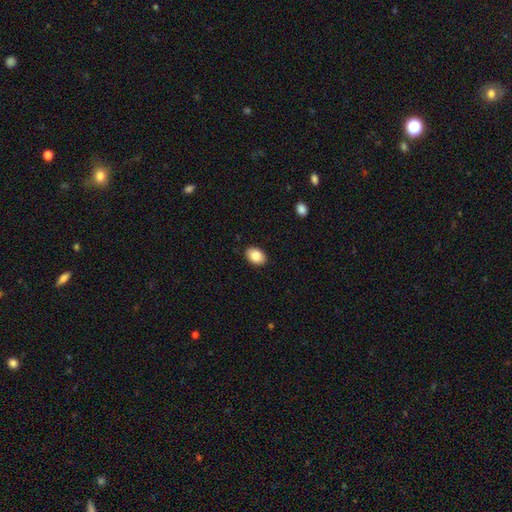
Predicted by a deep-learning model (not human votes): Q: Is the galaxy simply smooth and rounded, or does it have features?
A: smooth — 85%.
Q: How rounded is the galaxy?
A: in between — 83%.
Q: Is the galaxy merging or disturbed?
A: none — 90%.